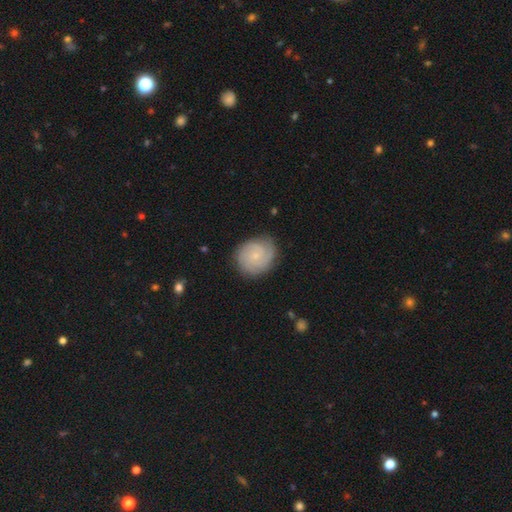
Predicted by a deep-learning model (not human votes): This appears to be a featured or disk galaxy (71%) with no bar (74%), 3 (35%) tight (65%) spiral arms (95%) and a small central bulge (76%). Merging: none (81%).